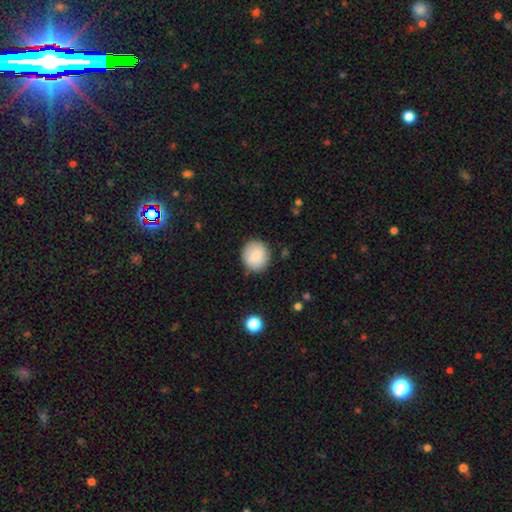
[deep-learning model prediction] This is clearly a smooth galaxy (83%). How rounded: clearly round (88%). Merging: clearly none (87%).